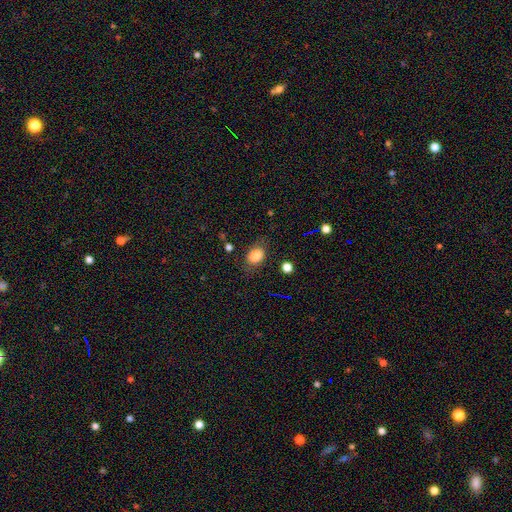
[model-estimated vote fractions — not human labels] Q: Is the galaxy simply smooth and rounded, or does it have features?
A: smooth — 81%.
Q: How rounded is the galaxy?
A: in between — 67%.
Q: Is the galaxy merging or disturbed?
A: none — 77%.